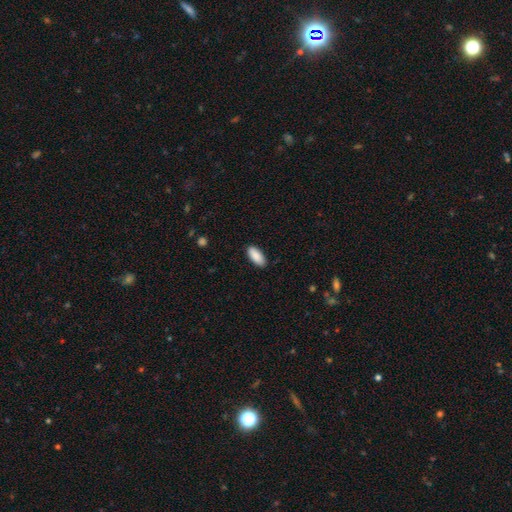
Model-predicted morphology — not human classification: smooth_or_featured: smooth (p=0.90) [alt: star or artifact p=0.06]
how_rounded: in between (p=0.88) [alt: cigar-shaped p=0.10]
merging: none (p=0.88) [alt: minor disturbance p=0.09]